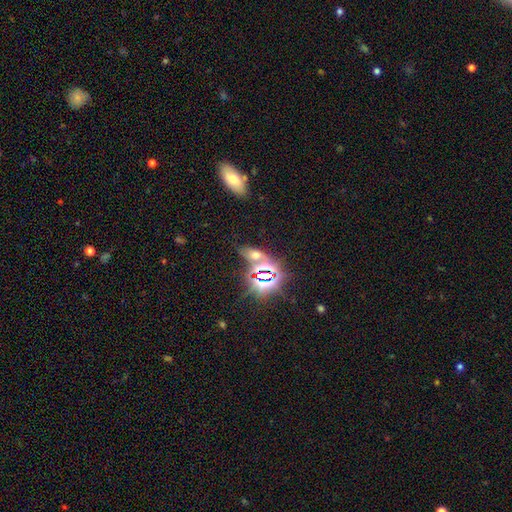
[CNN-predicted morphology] A star or artifact, not a galaxy (55%).